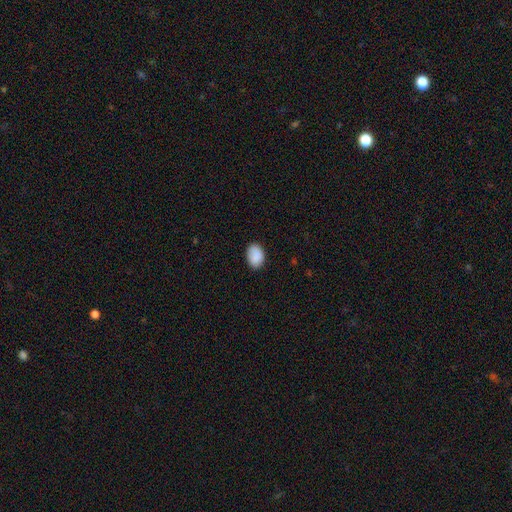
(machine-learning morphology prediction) smooth 89%, star or artifact 7%, featured or disk 4%. Down the decision tree: how rounded — in between (82%); merging — none (83%).